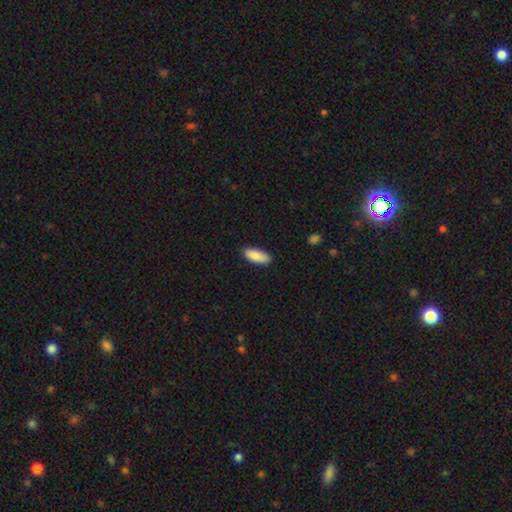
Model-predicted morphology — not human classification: Smooth or featured? smooth (89%)
How rounded? in between (80%)
Merging? none (87%)